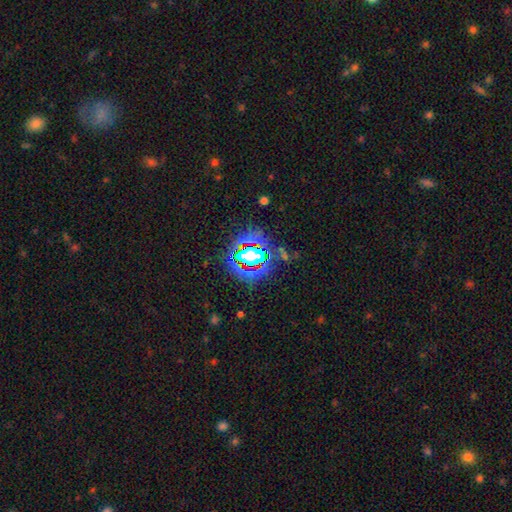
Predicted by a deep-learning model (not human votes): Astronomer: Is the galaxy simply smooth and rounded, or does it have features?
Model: star or artifact — 79%.